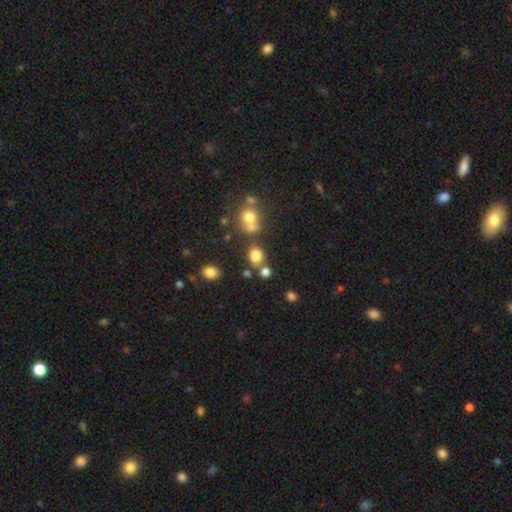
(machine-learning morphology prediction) smooth 78%, star or artifact 16%, featured or disk 7%. Down the decision tree: how rounded — round (68%); merging — none (67%).